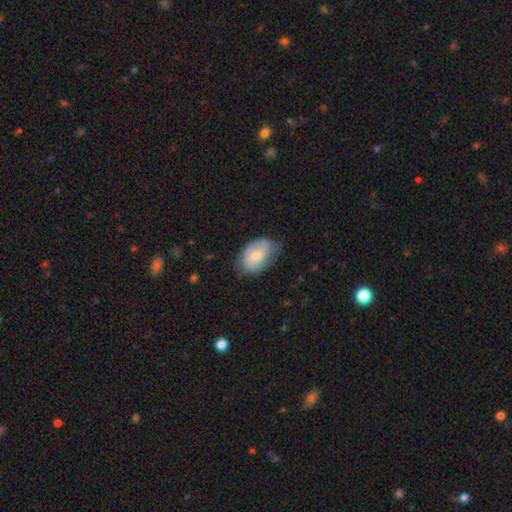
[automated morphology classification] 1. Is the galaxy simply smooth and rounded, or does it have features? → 53% smooth, 40% featured or disk, 6% star or artifact.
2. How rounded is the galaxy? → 88% in between, 10% round, 1% cigar-shaped.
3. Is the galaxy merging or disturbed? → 55% none, 34% minor disturbance, 10% major disturbance, 1% merger.